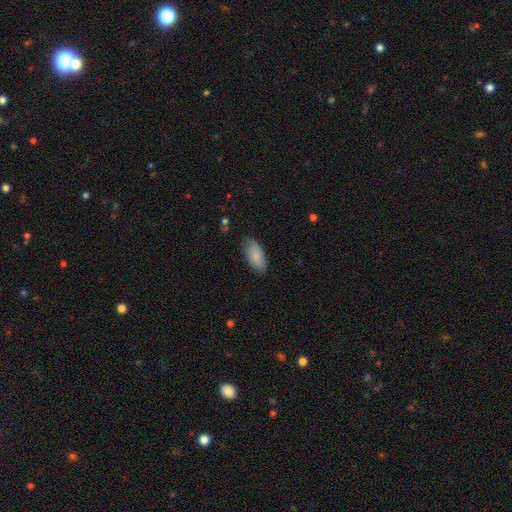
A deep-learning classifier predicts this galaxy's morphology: Q: Smooth or featured?
A: smooth (83%); runner-up: featured or disk (11%)
Q: How rounded?
A: in between (90%); runner-up: cigar-shaped (8%)
Q: Merging?
A: none (74%); runner-up: minor disturbance (21%)